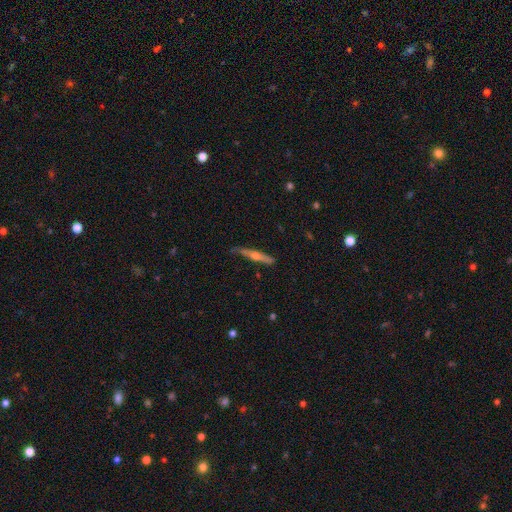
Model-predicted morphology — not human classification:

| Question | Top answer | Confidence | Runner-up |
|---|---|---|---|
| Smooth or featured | featured or disk | 67% | smooth (26%) |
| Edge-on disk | yes | 93% | no (7%) |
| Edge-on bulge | rounded | 82% | none (13%) |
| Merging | none | 77% | minor disturbance (17%) |